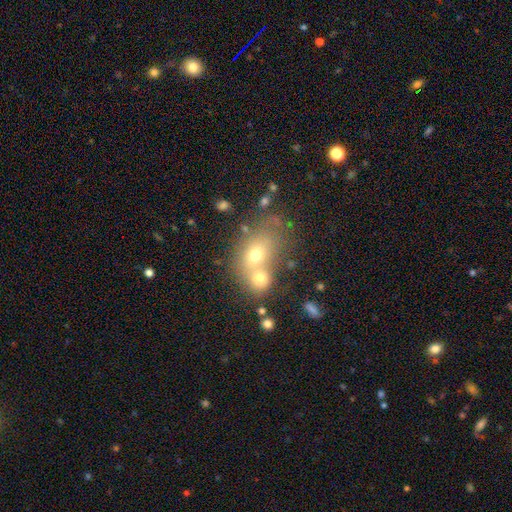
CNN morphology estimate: Overall: smooth (53%; featured or disk 26%). How rounded: in between (50%; round 48%). Merging: merger (55%; none 30%).